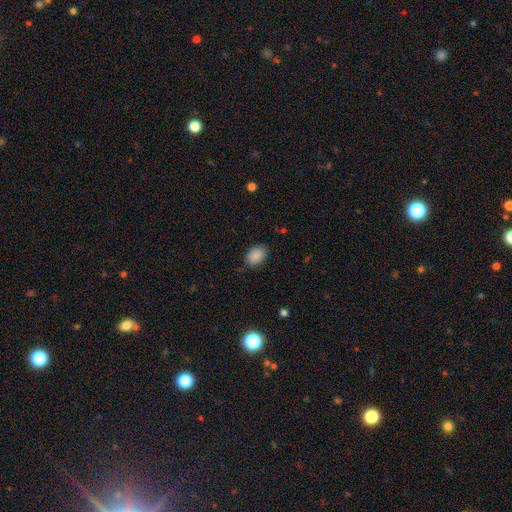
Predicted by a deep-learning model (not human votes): smooth 88%, star or artifact 7%, featured or disk 5%. Down the decision tree: how rounded — in between (82%); merging — none (78%).